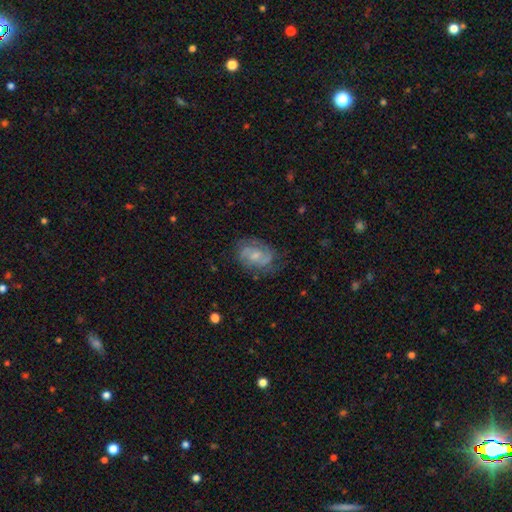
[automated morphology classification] A featured or disk galaxy (67%) with no bar (57%), 2 (65%) medium (45%) spiral arms (86%) and a small central bulge (55%). Merging: none (66%).